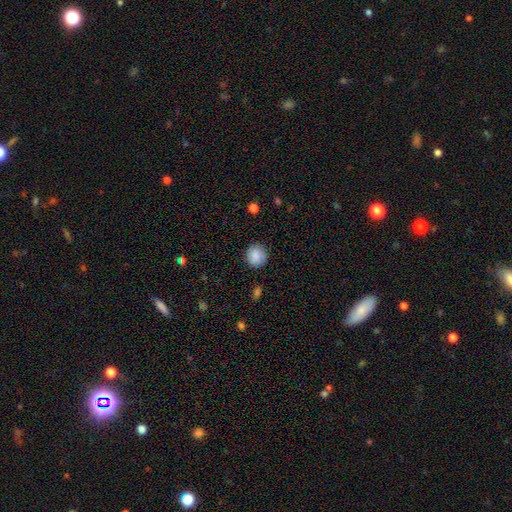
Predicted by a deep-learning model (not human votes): smooth_or_featured: smooth (p=0.86) [alt: star or artifact p=0.08]
how_rounded: round (p=0.86) [alt: in between p=0.14]
merging: none (p=0.86) [alt: minor disturbance p=0.10]